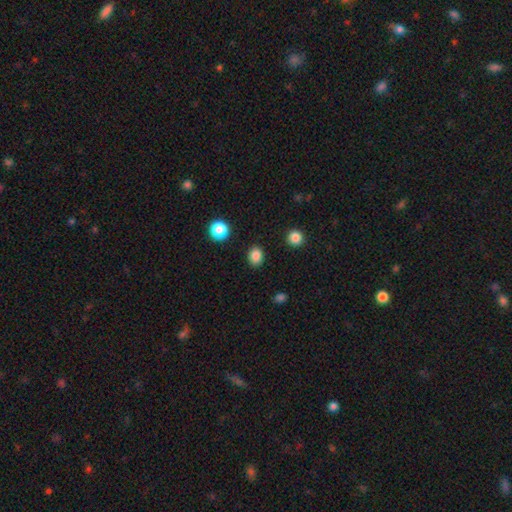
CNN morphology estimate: Smooth or featured? smooth (85%)
How rounded? round (58%)
Merging? none (89%)